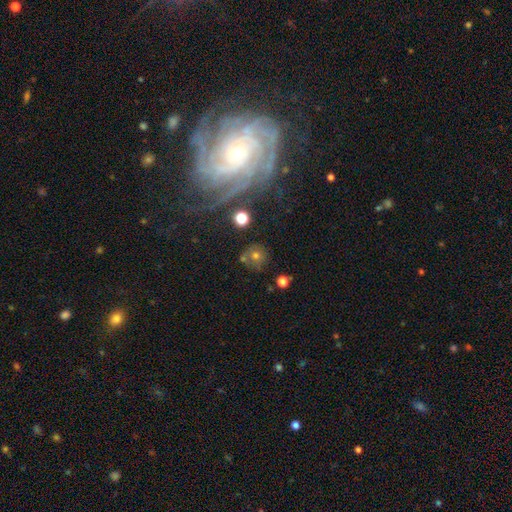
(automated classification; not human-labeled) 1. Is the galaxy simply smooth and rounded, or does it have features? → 59% smooth, 21% star or artifact, 20% featured or disk.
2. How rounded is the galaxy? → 90% round, 9% in between, 1% cigar-shaped.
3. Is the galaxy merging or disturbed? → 69% none, 13% minor disturbance, 12% merger, 6% major disturbance.